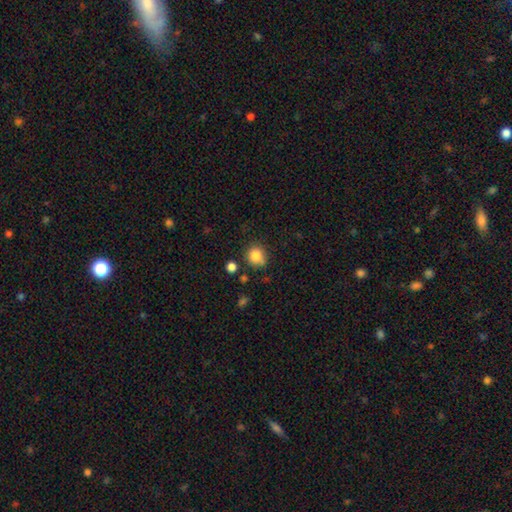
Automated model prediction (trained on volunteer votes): smooth_or_featured: smooth (p=0.84) [alt: star or artifact p=0.11]
how_rounded: round (p=0.83) [alt: in between p=0.16]
merging: none (p=0.71) [alt: minor disturbance p=0.19]